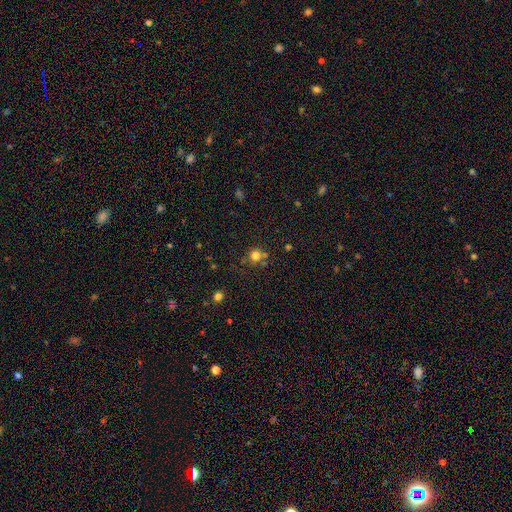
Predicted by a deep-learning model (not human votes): Smooth or featured: smooth — 77% (star or artifact — 16%)
How rounded: round — 90% (in between — 9%)
Merging: none — 67% (merger — 17%)